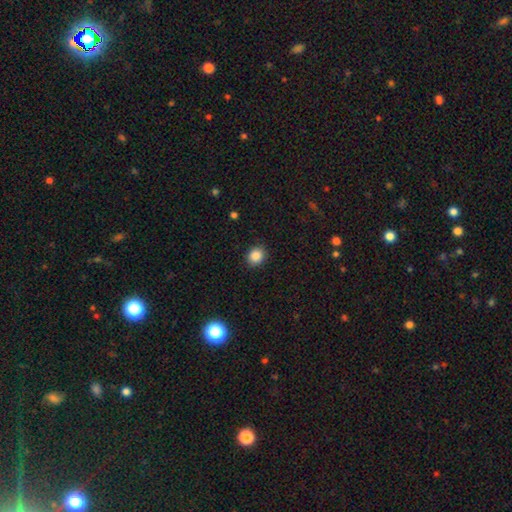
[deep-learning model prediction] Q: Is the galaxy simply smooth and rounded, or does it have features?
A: smooth — 86%.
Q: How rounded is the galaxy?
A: round — 70%.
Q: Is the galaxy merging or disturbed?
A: none — 90%.